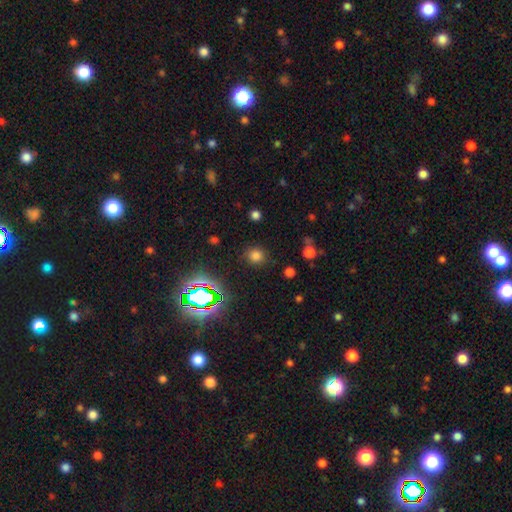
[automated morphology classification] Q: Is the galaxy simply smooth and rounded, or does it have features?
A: smooth — 71%.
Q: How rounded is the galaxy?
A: round — 87%.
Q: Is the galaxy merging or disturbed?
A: none — 86%.